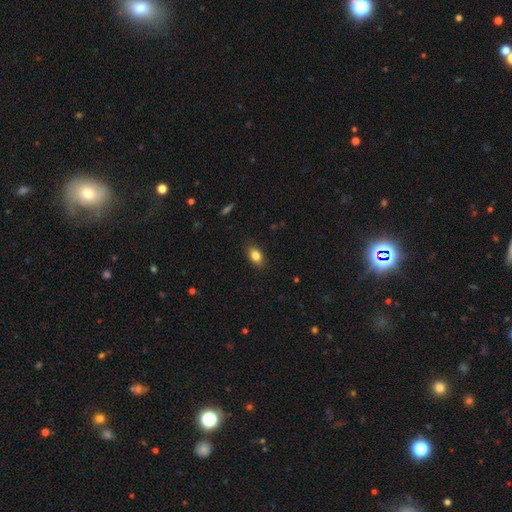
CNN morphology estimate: smooth_or_featured: smooth (p=0.83) [alt: star or artifact p=0.09]
how_rounded: in between (p=0.86) [alt: round p=0.11]
merging: none (p=0.87) [alt: minor disturbance p=0.10]